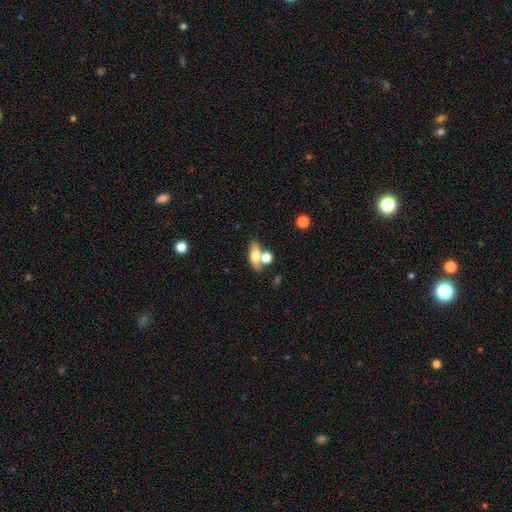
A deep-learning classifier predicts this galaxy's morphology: Smooth or featured: smooth — 62% (featured or disk — 29%)
How rounded: in between — 65% (cigar-shaped — 23%)
Merging: none — 49% (merger — 33%)